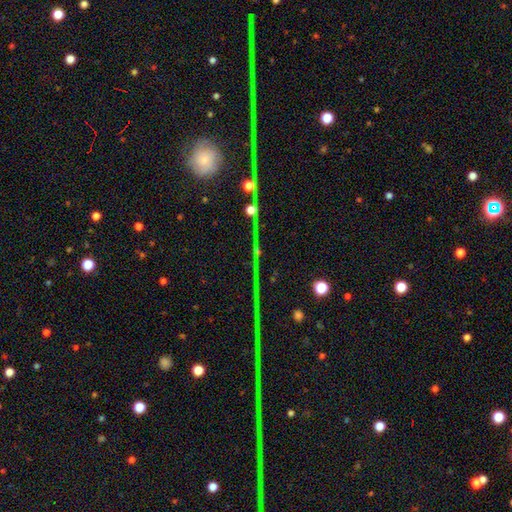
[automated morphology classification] Q: Smooth or featured?
A: star or artifact (79%); runner-up: featured or disk (11%)